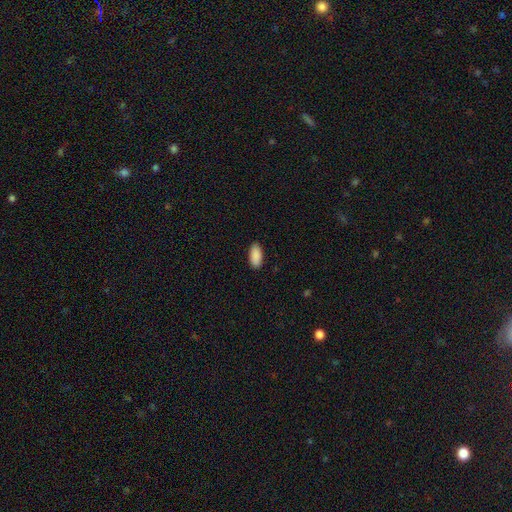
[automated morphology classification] Smooth or featured? Predicted: smooth (p=0.91). How rounded? Predicted: in between (p=0.91). Merging? Predicted: none (p=0.89).